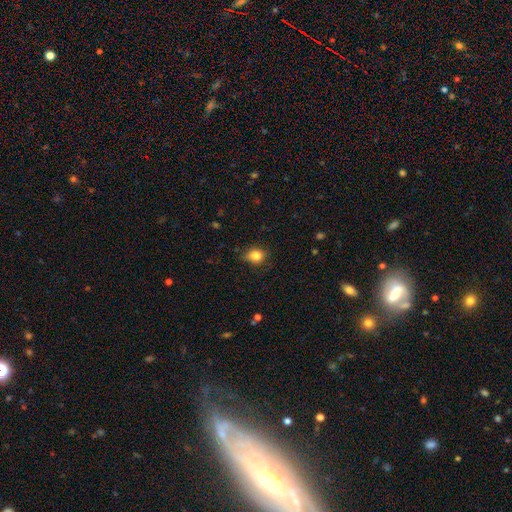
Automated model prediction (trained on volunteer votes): This is clearly a smooth galaxy (83%). How rounded: possibly in between (50%). Merging: likely none (74%).